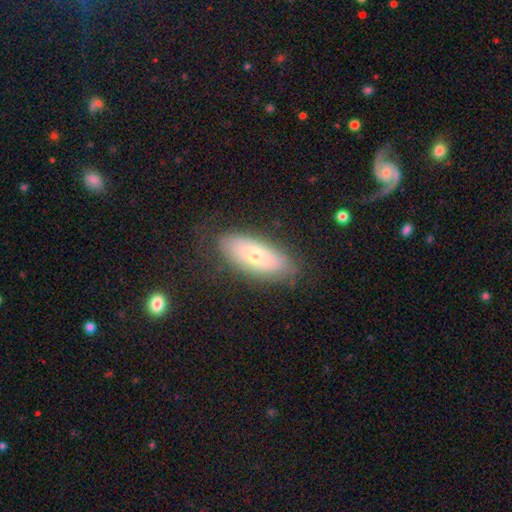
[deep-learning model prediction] Smooth or featured: smooth — 57% (featured or disk — 35%)
How rounded: in between — 81% (cigar-shaped — 16%)
Merging: none — 76% (minor disturbance — 17%)